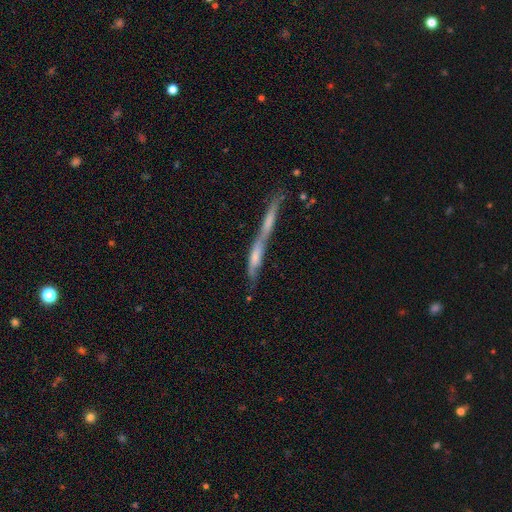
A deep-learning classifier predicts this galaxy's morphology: This is possibly a featured or disk galaxy (58%). It is likely viewed edge-on (80%). Merging: possibly merger (53%).